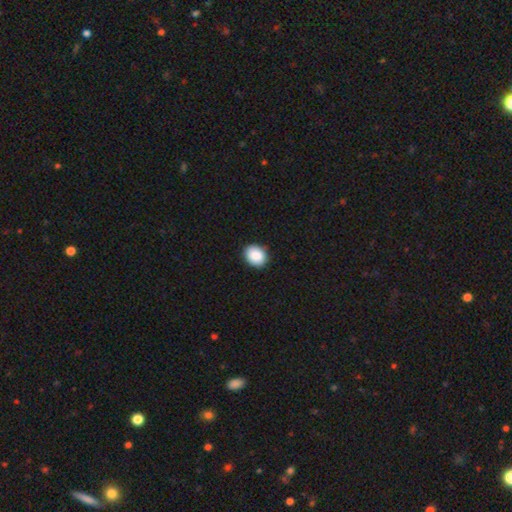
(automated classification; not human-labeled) Smooth or featured? Predicted: smooth (p=0.86). How rounded? Predicted: round (p=0.58). Merging? Predicted: none (p=0.88).